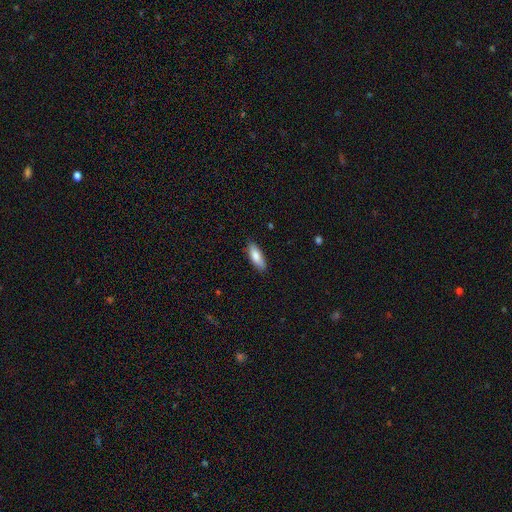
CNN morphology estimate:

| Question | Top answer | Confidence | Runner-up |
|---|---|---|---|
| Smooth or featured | smooth | 83% | featured or disk (11%) |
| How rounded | in between | 67% | cigar-shaped (31%) |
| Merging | none | 86% | minor disturbance (11%) |